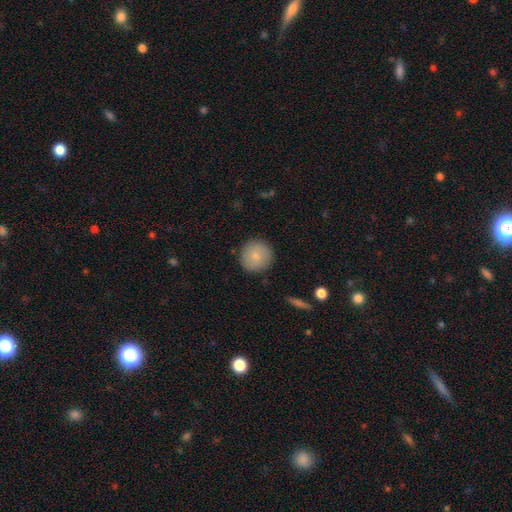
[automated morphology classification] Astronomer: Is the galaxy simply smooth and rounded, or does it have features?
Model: smooth — 81%.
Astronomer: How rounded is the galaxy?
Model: round — 94%.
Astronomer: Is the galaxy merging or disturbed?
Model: none — 89%.